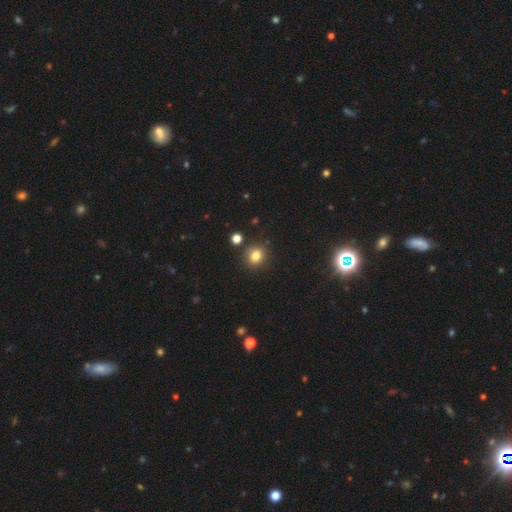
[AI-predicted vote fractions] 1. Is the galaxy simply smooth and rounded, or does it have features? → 79% smooth, 14% star or artifact, 7% featured or disk.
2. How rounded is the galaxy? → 77% round, 22% in between, 1% cigar-shaped.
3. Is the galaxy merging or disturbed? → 83% none, 9% minor disturbance, 5% merger, 3% major disturbance.